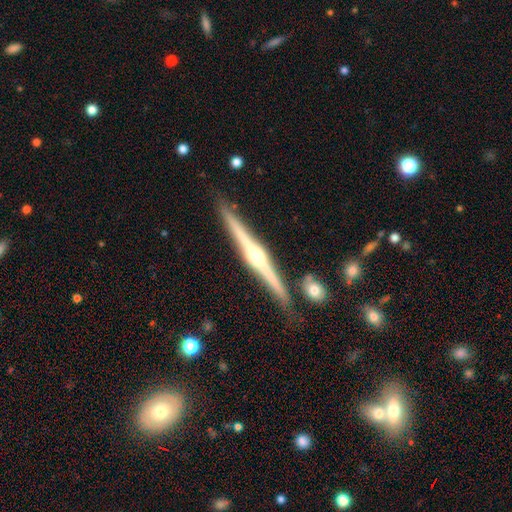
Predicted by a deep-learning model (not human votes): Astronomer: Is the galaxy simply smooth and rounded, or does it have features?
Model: featured or disk — 86%.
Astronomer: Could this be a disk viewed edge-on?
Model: yes — 99%.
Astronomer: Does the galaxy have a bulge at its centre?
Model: rounded — 91%.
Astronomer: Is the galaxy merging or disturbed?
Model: none — 87%.